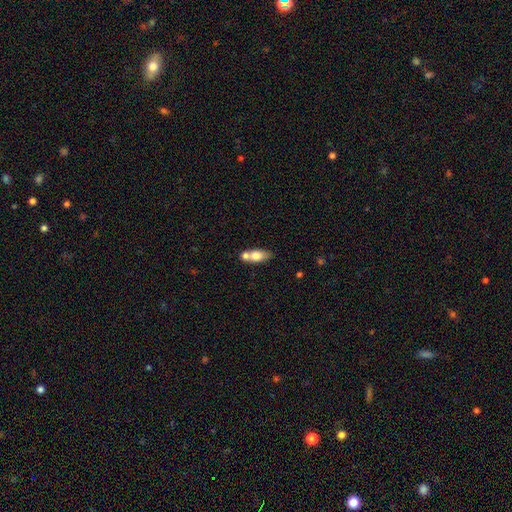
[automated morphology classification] The model was most divided on "merging": merger: 42%, none: 41%, minor disturbance: 12%, major disturbance: 4%. More confident: how rounded — in between (77%); smooth or featured — smooth (71%).